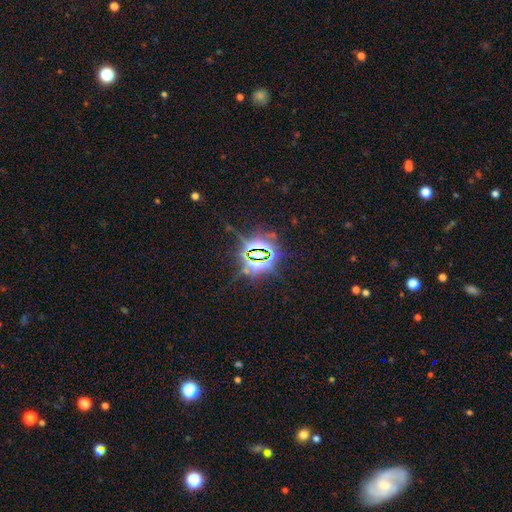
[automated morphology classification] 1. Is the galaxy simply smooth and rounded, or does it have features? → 86% star or artifact, 8% featured or disk, 7% smooth.